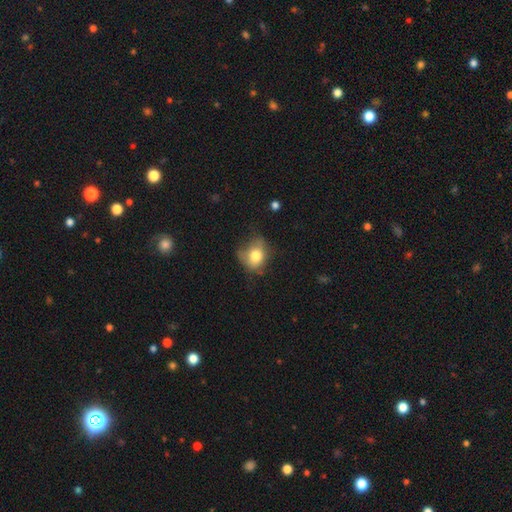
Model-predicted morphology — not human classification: A smooth galaxy with no disk features (73%) that is round (55%). Merging: none (43%).